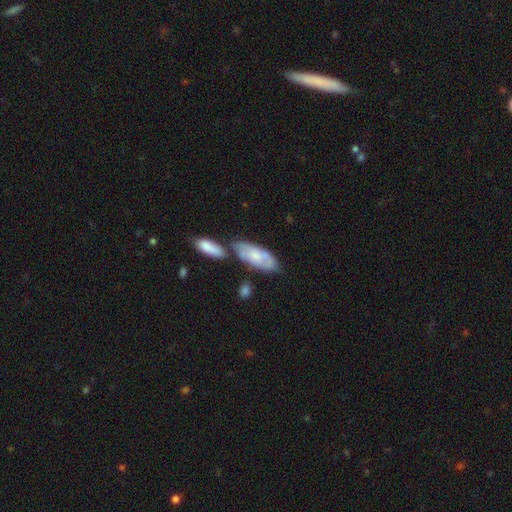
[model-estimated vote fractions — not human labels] smooth-or-featured: smooth: 57% | featured or disk: 38% | star or artifact: 6%
  how-rounded: in between: 83% | cigar-shaped: 14% | round: 2%
  merging: none: 48% | merger: 25% | minor disturbance: 20% | major disturbance: 6%